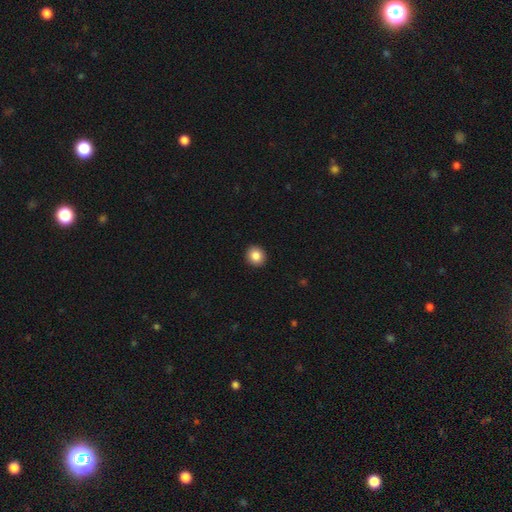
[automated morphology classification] This is clearly a smooth galaxy (87%). How rounded: clearly round (84%). Merging: clearly none (93%).